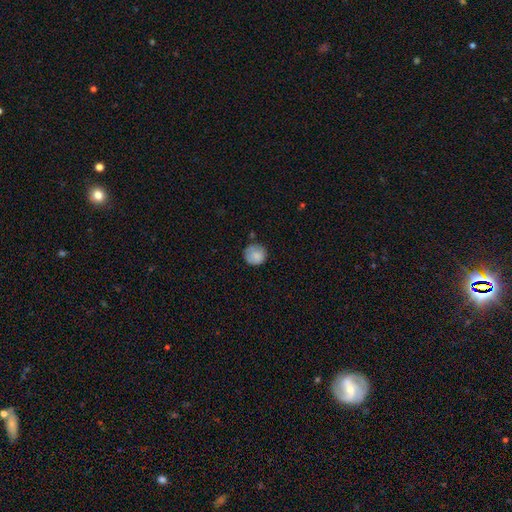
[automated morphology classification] Smooth or featured?
  - smooth: 83% *
  - featured or disk: 10%
  - star or artifact: 8%
How rounded?
  - round: 92% *
  - in between: 8%
  - cigar-shaped: 1%
Merging?
  - none: 76% *
  - minor disturbance: 18%
  - major disturbance: 4%
  - merger: 2%